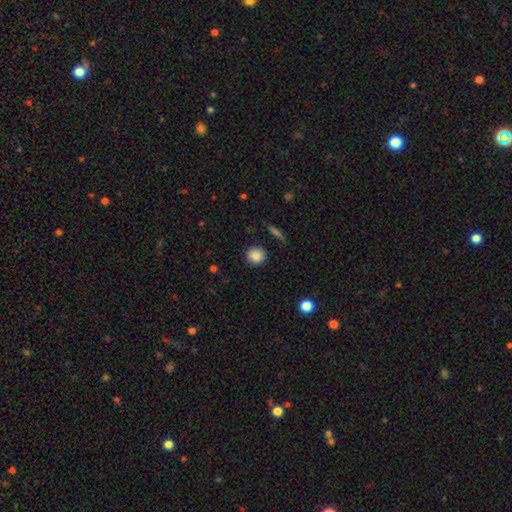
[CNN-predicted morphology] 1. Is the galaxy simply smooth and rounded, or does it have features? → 86% smooth, 9% star or artifact, 5% featured or disk.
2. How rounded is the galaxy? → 88% round, 11% in between, 1% cigar-shaped.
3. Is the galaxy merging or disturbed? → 87% none, 9% minor disturbance, 2% major disturbance, 2% merger.